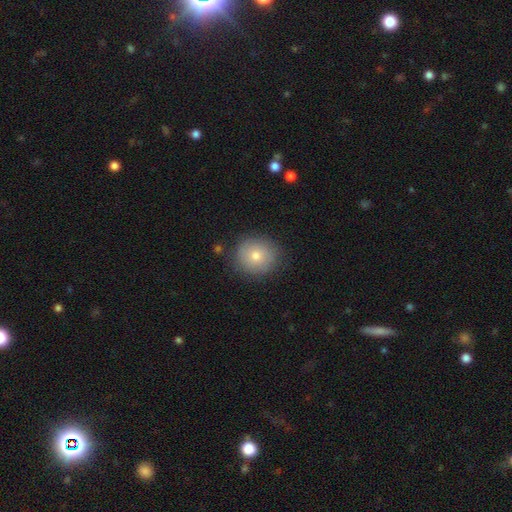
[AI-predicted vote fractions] Smooth or featured: smooth — 75% (featured or disk — 15%)
How rounded: round — 81% (in between — 18%)
Merging: none — 84% (minor disturbance — 11%)